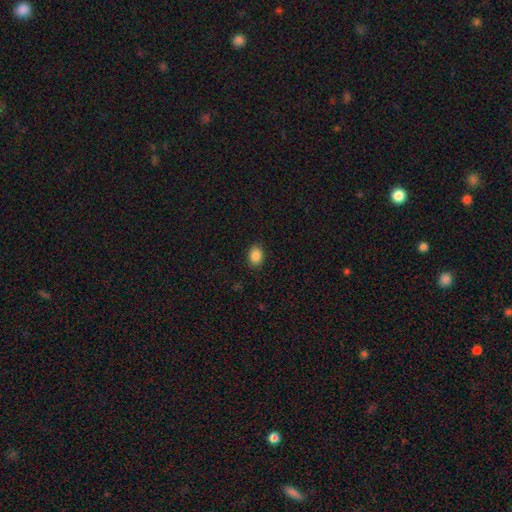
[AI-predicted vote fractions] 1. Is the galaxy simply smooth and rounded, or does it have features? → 87% smooth, 9% star or artifact, 4% featured or disk.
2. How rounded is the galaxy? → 71% in between, 28% round, 1% cigar-shaped.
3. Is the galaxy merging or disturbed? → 87% none, 9% minor disturbance, 2% major disturbance, 1% merger.